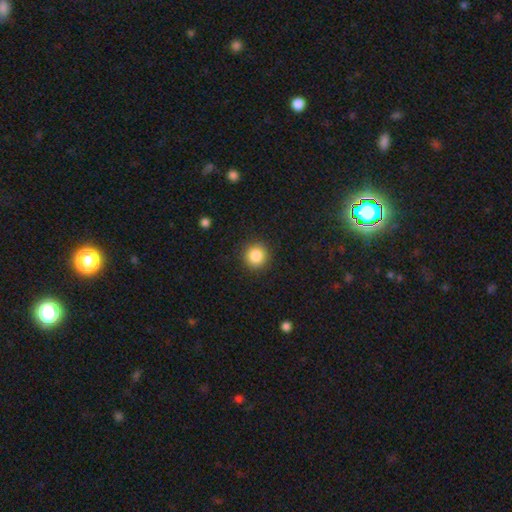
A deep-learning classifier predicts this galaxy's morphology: This is clearly a smooth galaxy (86%). How rounded: clearly round (94%). Merging: clearly none (90%).